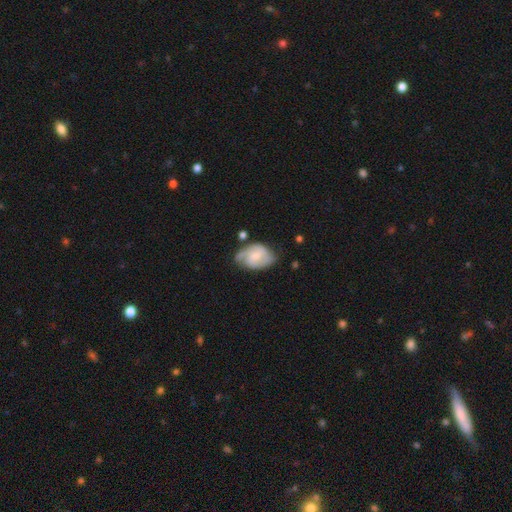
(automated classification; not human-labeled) Smooth or featured? featured or disk (62%)
Edge-on disk? no (96%)
Bar? no (57%)
Spiral arms? yes (86%)
Spiral winding? medium (43%)
Spiral arm count? 2 (61%)
Bulge size? small (50%)
Merging? none (51%)